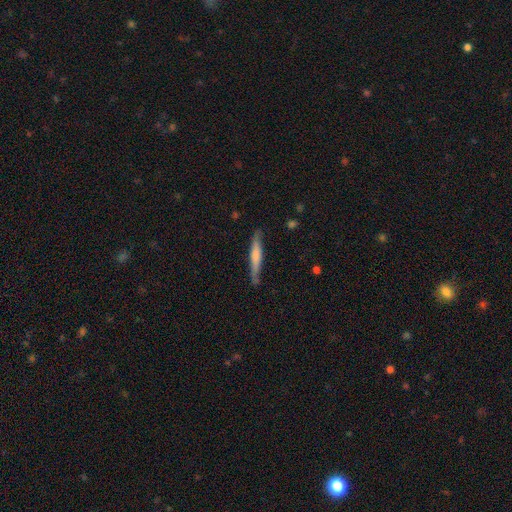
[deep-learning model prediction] A smooth galaxy with no disk features (56%) that is cigar-shaped (93%).

Vote fractions:
- Smooth or featured? smooth: 56% / featured or disk: 38% / star or artifact: 5%
- How rounded? cigar-shaped: 93% / in between: 6% / round: 1%
- Merging? none: 80% / minor disturbance: 15% / major disturbance: 3% / merger: 2%